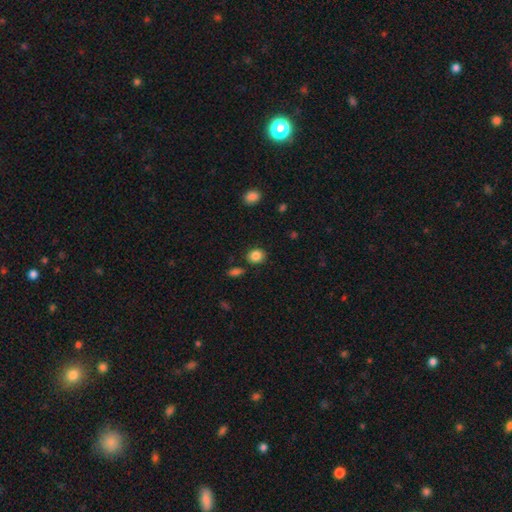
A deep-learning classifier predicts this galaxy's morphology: smooth-or-featured: smooth: 86% | star or artifact: 9% | featured or disk: 4%
  how-rounded: round: 74% | in between: 25% | cigar-shaped: 1%
  merging: none: 84% | minor disturbance: 9% | merger: 4% | major disturbance: 3%